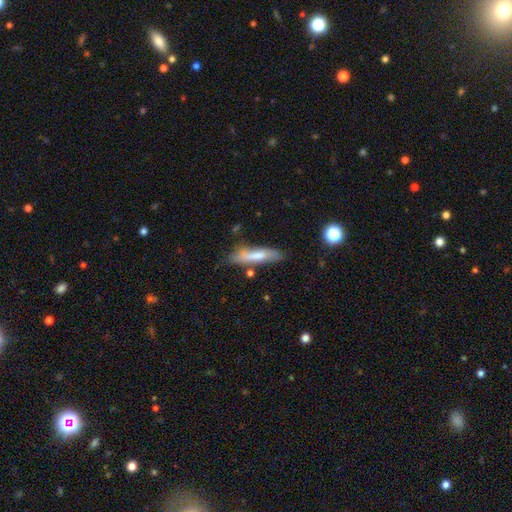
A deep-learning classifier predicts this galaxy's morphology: Smooth or featured? Predicted: smooth (p=0.64). How rounded? Predicted: cigar-shaped (p=0.75). Merging? Predicted: none (p=0.61).